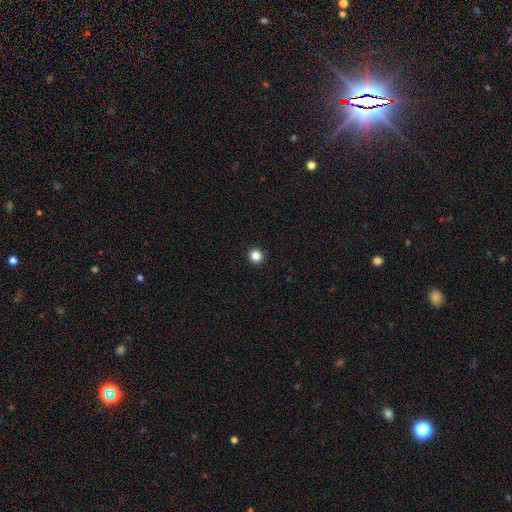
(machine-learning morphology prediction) A smooth galaxy with no disk features (85%) that is round (95%). Merging: none (94%).